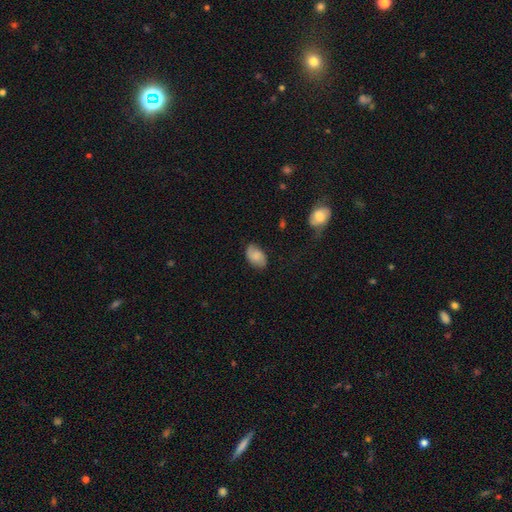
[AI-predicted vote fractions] smooth_or_featured: smooth (p=0.64) [alt: featured or disk p=0.27]
how_rounded: in between (p=0.89) [alt: round p=0.09]
merging: none (p=0.75) [alt: minor disturbance p=0.19]